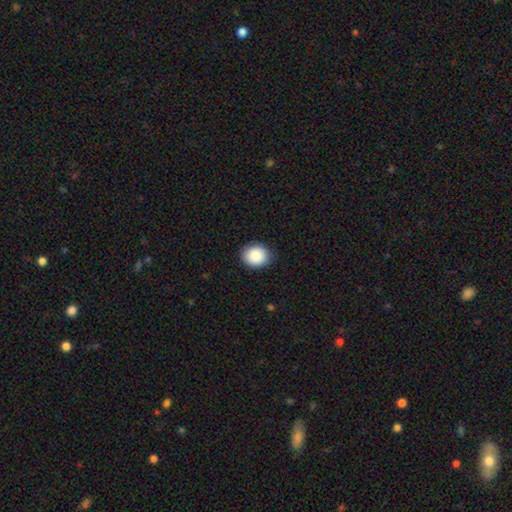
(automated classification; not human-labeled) Morphology: type=smooth (89%); roundness=round (67%); merging=none (87%).